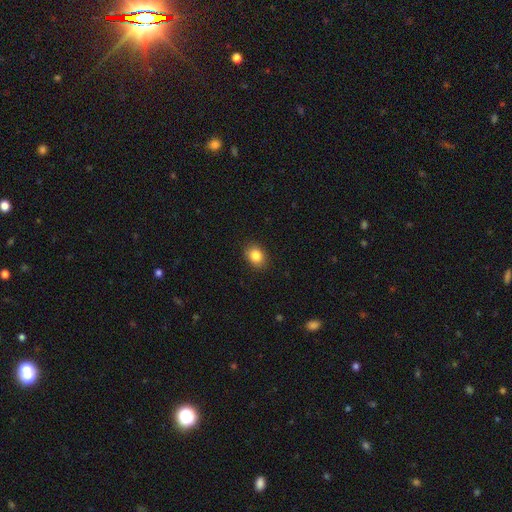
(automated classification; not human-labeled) smooth 85%, star or artifact 9%, featured or disk 6%. Down the decision tree: how rounded — in between (55%); merging — none (88%).